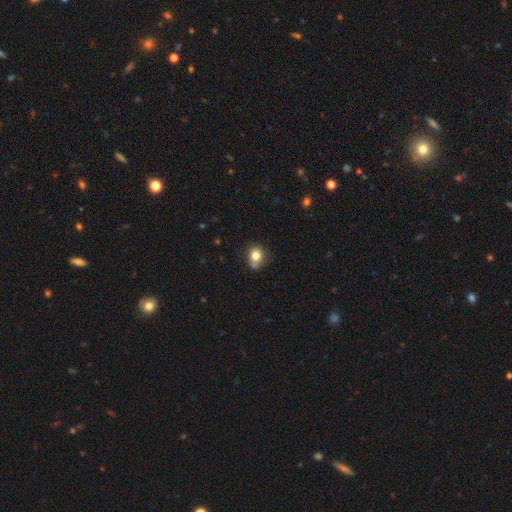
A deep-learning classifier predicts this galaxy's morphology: This is likely a smooth galaxy (79%). How rounded: likely round (71%). Merging: likely none (61%).